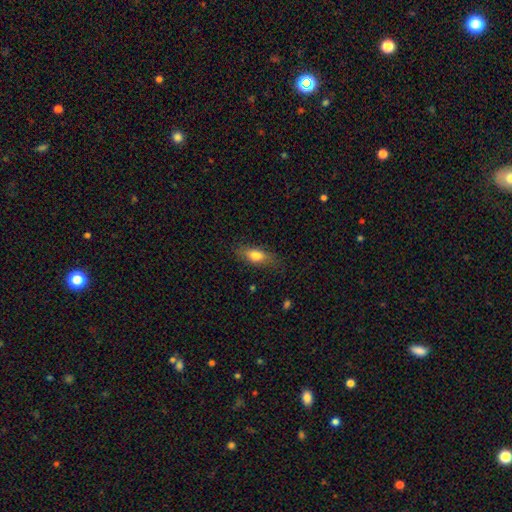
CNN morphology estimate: The model was most divided on "how rounded": in between: 70%, cigar-shaped: 25%, round: 4%. More confident: smooth or featured — smooth (75%); merging — none (75%).